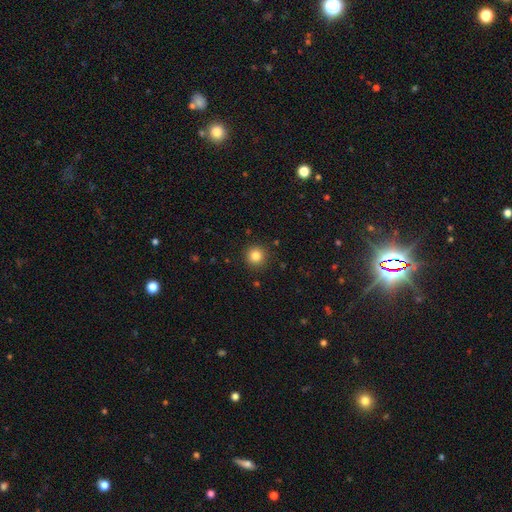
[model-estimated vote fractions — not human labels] This appears to be a smooth galaxy with no disk features (83%) that is round (95%). Merging: none (91%).